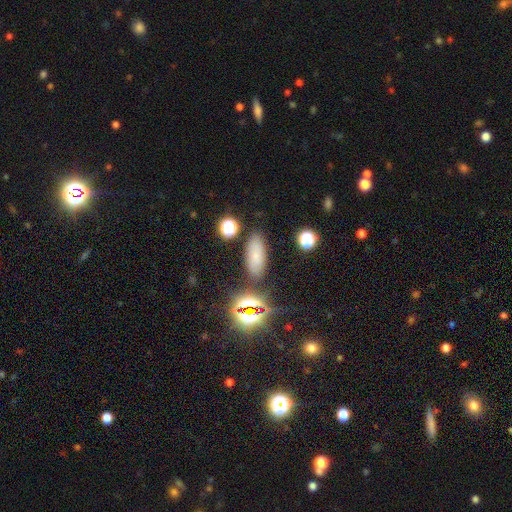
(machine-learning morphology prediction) The model was most divided on "smooth or featured": smooth: 66%, star or artifact: 21%, featured or disk: 14%. More confident: merging — none (82%); how rounded — in between (75%).